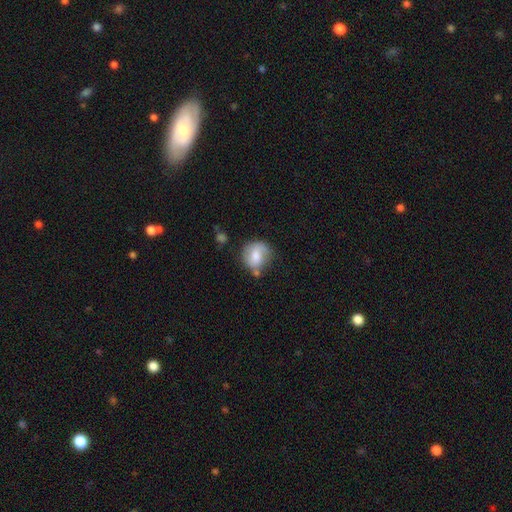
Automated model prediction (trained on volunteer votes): smooth-or-featured: smooth: 64% | featured or disk: 28% | star or artifact: 8%
  how-rounded: round: 79% | in between: 20% | cigar-shaped: 1%
  merging: none: 57% | minor disturbance: 25% | merger: 9% | major disturbance: 8%